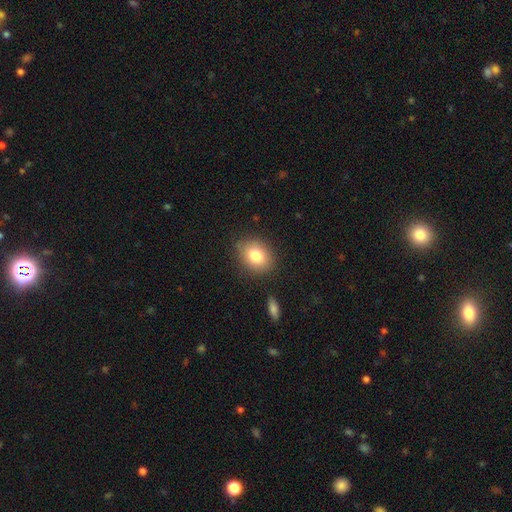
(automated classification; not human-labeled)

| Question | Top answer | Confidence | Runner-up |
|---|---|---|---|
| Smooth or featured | smooth | 80% | featured or disk (11%) |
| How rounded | in between | 50% | round (49%) |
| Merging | none | 83% | minor disturbance (12%) |